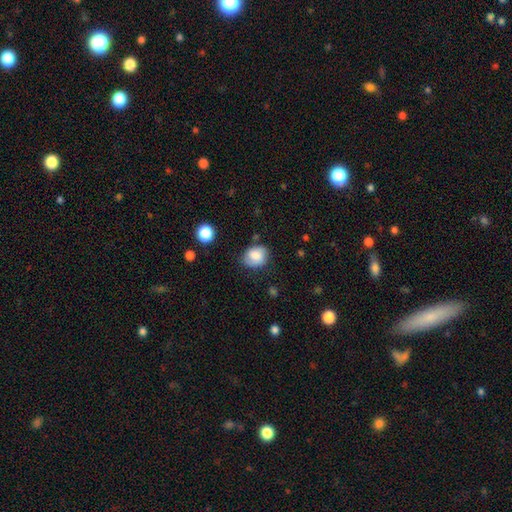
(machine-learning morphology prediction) smooth-or-featured: smooth: 72% | featured or disk: 19% | star or artifact: 9%
  how-rounded: round: 54% | in between: 46% | cigar-shaped: 1%
  merging: none: 66% | minor disturbance: 25% | major disturbance: 6% | merger: 3%